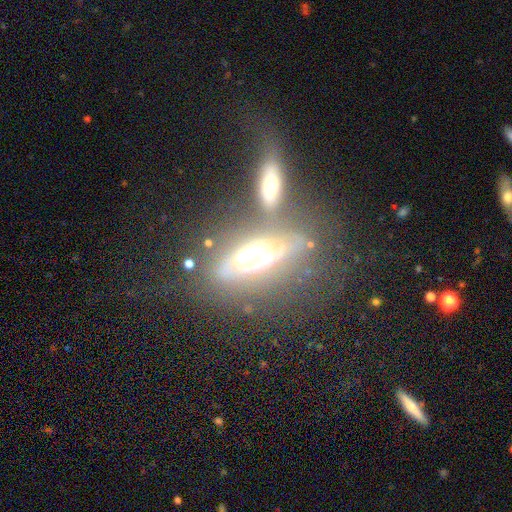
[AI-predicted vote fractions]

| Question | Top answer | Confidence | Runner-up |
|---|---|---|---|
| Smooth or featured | featured or disk | 69% | smooth (22%) |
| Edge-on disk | no | 68% | yes (32%) |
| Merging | none | 42% | merger (28%) |